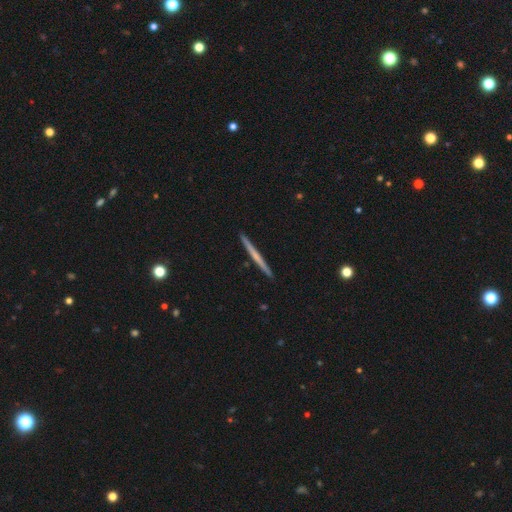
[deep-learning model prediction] Smooth or featured: featured or disk — 54% (smooth — 40%)
Edge-on disk: yes — 98% (no — 2%)
Edge-on bulge: none — 73% (rounded — 23%)
Merging: none — 93% (minor disturbance — 5%)